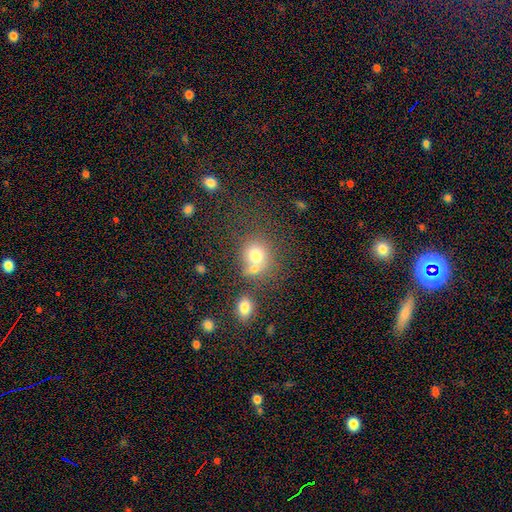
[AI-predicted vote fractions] This is likely a smooth galaxy (72%). How rounded: likely round (73%). Merging: marginally merger (43%).